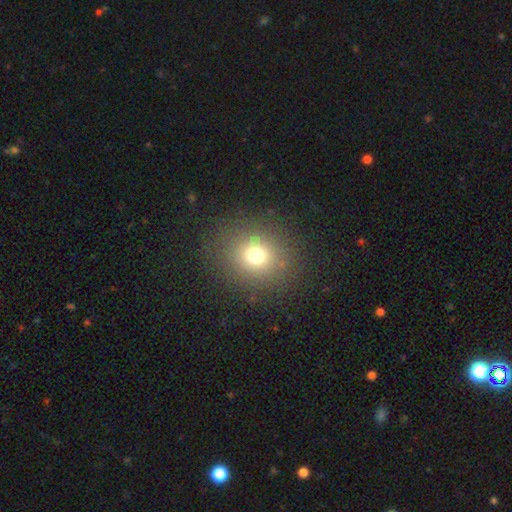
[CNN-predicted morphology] Smooth or featured?
  - smooth: 72% *
  - star or artifact: 19%
  - featured or disk: 9%
How rounded?
  - round: 83% *
  - in between: 16%
  - cigar-shaped: 1%
Merging?
  - none: 86% *
  - minor disturbance: 7%
  - major disturbance: 5%
  - merger: 1%